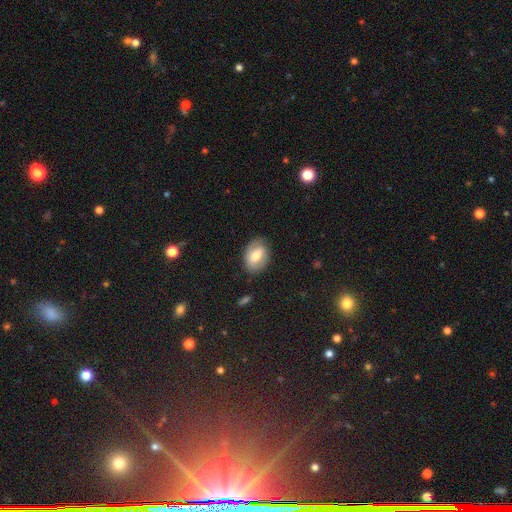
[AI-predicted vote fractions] smooth 54%, featured or disk 39%, star or artifact 8%. Down the decision tree: how rounded — in between (78%); merging — none (77%).